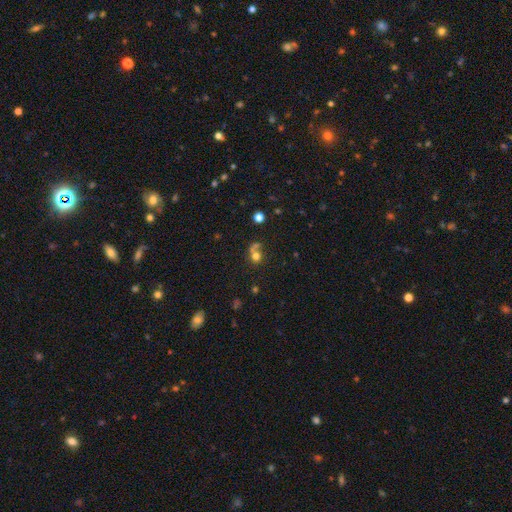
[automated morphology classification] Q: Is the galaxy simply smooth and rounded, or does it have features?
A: smooth — 67%.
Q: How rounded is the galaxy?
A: round — 76%.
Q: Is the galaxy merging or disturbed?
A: none — 39%.